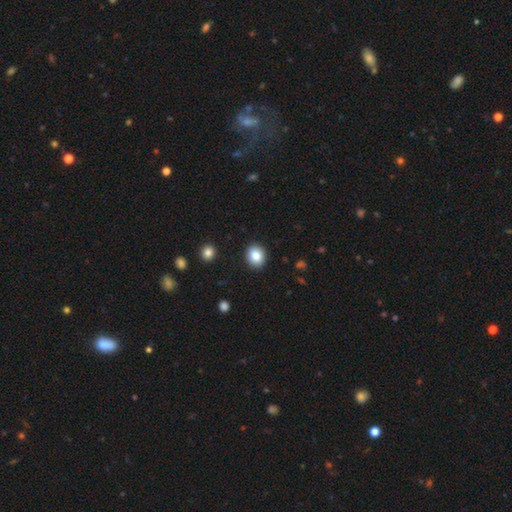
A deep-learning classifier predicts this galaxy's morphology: smooth-or-featured: smooth: 85% | star or artifact: 9% | featured or disk: 6%
  how-rounded: round: 62% | in between: 38% | cigar-shaped: 1%
  merging: none: 90% | minor disturbance: 7% | major disturbance: 2% | merger: 1%